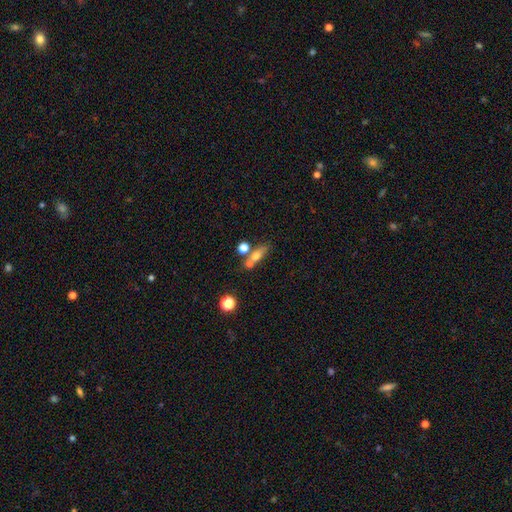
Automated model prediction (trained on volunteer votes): Morphology: type=smooth (63%); roundness=in between (47%); merging=none (46%).